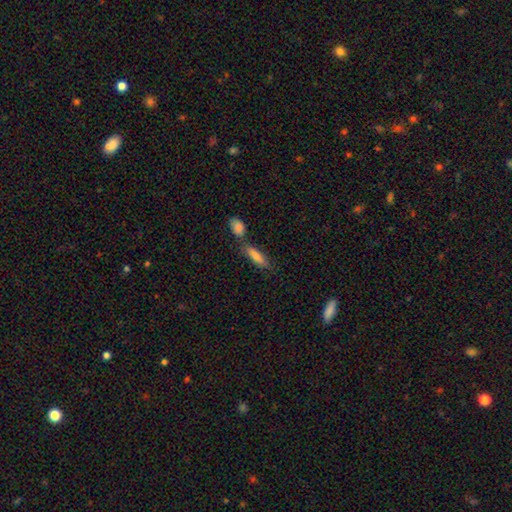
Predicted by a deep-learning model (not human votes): Smooth or featured: smooth — 76% (featured or disk — 17%)
How rounded: cigar-shaped — 56% (in between — 41%)
Merging: none — 59% (merger — 25%)